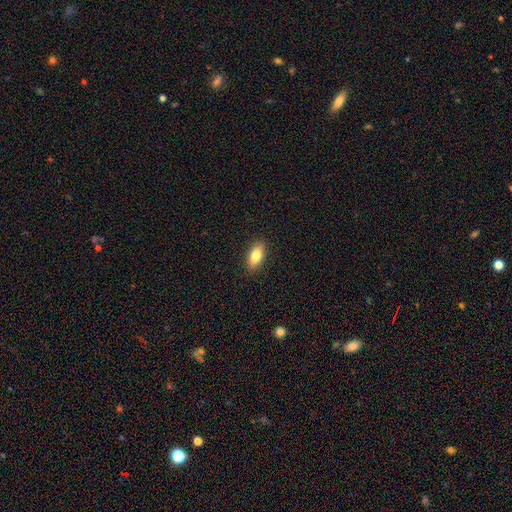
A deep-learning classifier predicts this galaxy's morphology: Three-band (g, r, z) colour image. It shows a smooth galaxy with no disk features (82%) that is in between round and cigar-shaped (87%). Merging: none (89%).